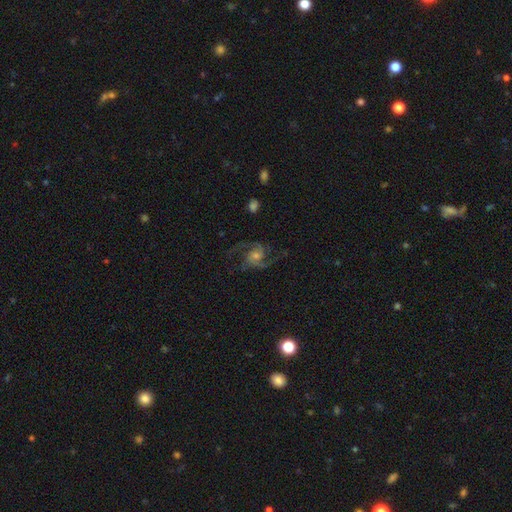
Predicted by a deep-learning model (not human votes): Smooth or featured: featured or disk — 87% (star or artifact — 7%)
Edge-on disk: no — 98% (yes — 2%)
Bar: no — 65% (weak — 29%)
Spiral arms: yes — 97% (no — 3%)
Spiral winding: medium — 58% (loose — 27%)
Spiral arm count: 2 — 77% (3 — 12%)
Bulge size: moderate — 45% (tied with small — 45%)
Merging: none — 74% (minor disturbance — 14%)